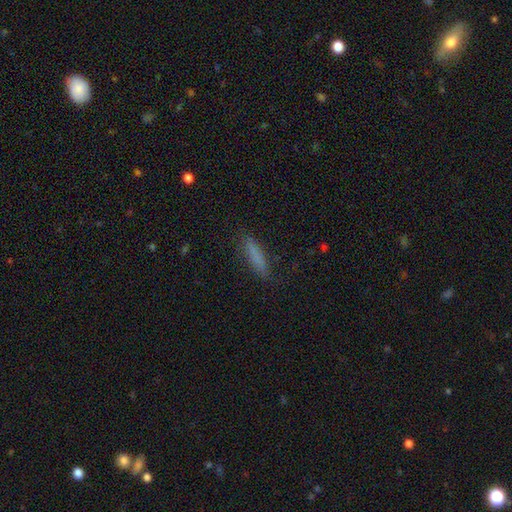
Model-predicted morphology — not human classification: smooth_or_featured: smooth (p=0.79) [alt: featured or disk p=0.13]
how_rounded: cigar-shaped (p=0.84) [alt: in between p=0.15]
merging: none (p=0.85) [alt: minor disturbance p=0.11]